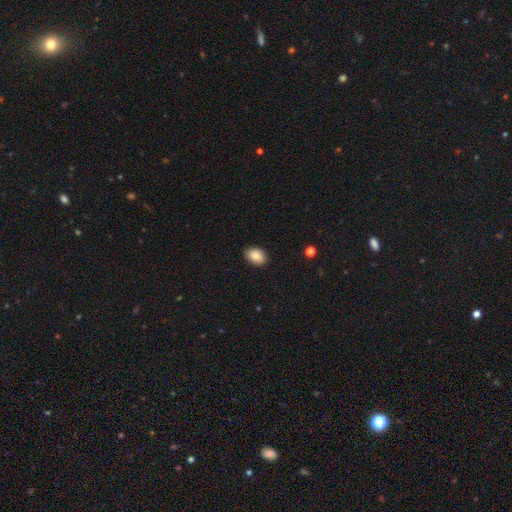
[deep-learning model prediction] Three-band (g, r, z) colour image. It shows a smooth galaxy with no disk features (88%) that is in between round and cigar-shaped (83%). Merging: none (88%).